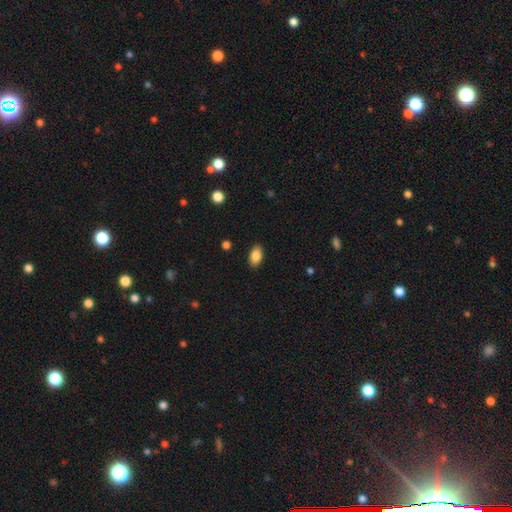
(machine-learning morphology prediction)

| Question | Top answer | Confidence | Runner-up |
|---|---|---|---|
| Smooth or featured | smooth | 87% | star or artifact (8%) |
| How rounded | in between | 92% | round (6%) |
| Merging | none | 88% | minor disturbance (9%) |